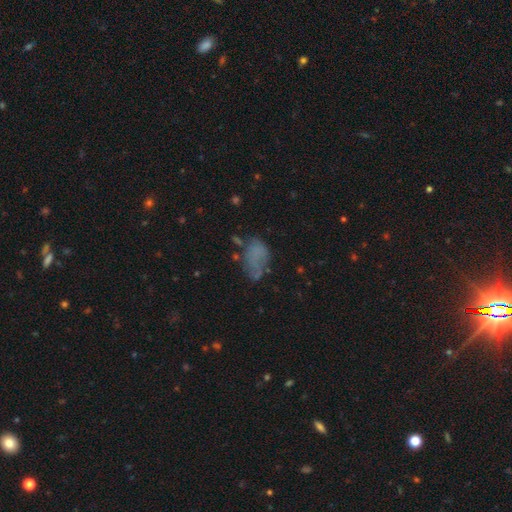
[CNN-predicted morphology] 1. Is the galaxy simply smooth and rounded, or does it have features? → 60% smooth, 25% featured or disk, 15% star or artifact.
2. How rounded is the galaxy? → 87% in between, 11% round, 2% cigar-shaped.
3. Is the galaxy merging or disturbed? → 38% none, 27% minor disturbance, 25% major disturbance, 9% merger.